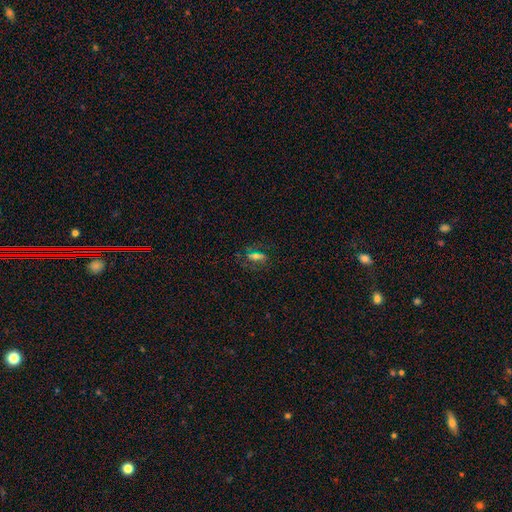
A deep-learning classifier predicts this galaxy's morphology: The model was most divided on "smooth or featured": smooth: 39%, featured or disk: 37%, star or artifact: 23%. More confident: merging — none (73%).